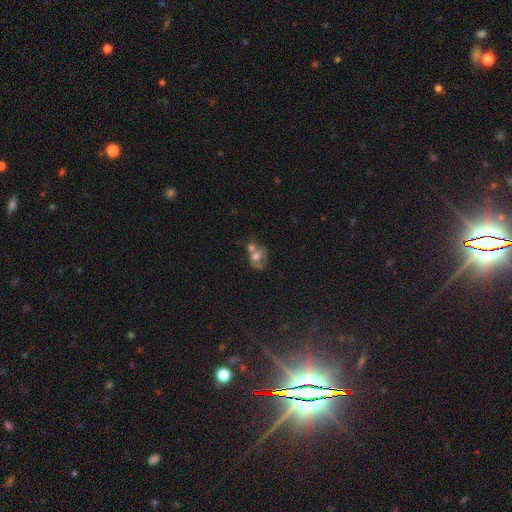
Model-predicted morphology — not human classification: Overall: smooth (51%; featured or disk 36%). How rounded: in between (51%; round 48%). Merging: merger (56%; none 23%).